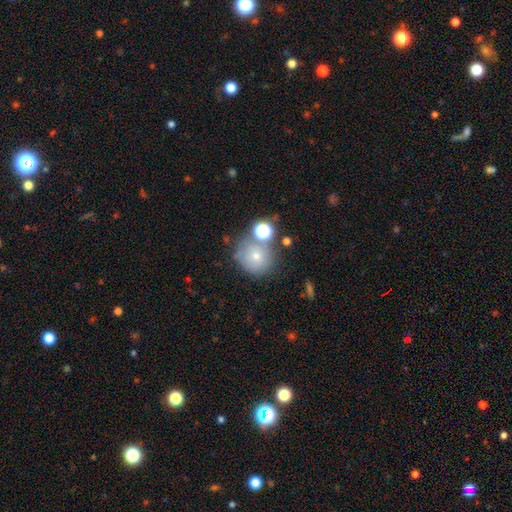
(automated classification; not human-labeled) A smooth galaxy with no disk features (67%) that is round (88%).

Vote fractions:
- Smooth or featured? smooth: 67% / featured or disk: 18% / star or artifact: 15%
- How rounded? round: 88% / in between: 11% / cigar-shaped: 1%
- Merging? none: 58% / merger: 21% / minor disturbance: 15% / major disturbance: 7%